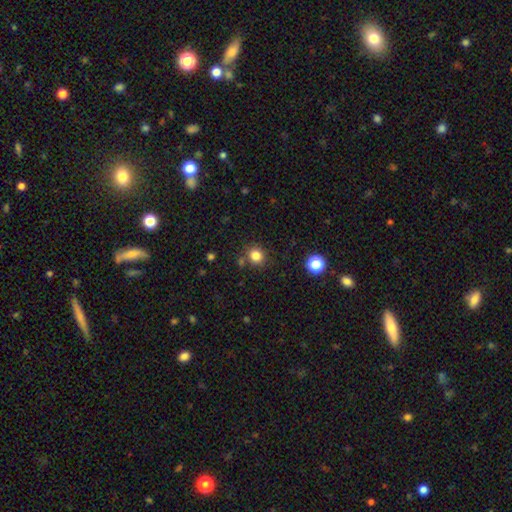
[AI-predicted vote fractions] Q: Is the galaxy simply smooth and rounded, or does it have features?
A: smooth — 82%.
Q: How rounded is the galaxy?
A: round — 87%.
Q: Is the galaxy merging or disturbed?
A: none — 82%.